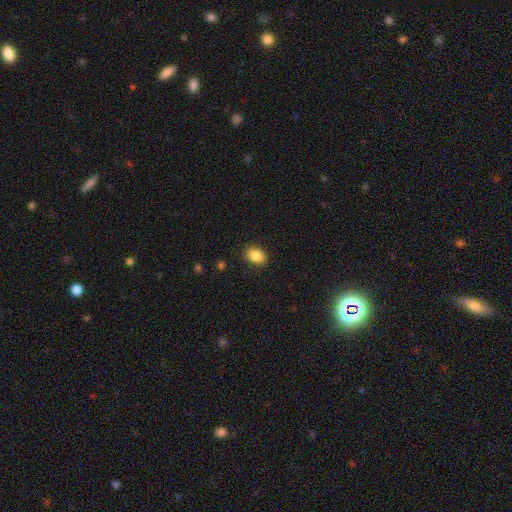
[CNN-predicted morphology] Q: Smooth or featured?
A: smooth (86%); runner-up: star or artifact (8%)
Q: How rounded?
A: in between (77%); runner-up: round (22%)
Q: Merging?
A: none (88%); runner-up: minor disturbance (9%)